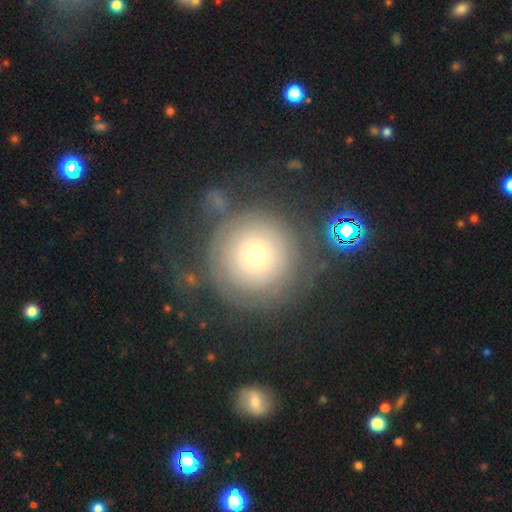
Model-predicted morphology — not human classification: Overall: smooth (52%; featured or disk 37%). How rounded: round (95%). Merging: none (62%).